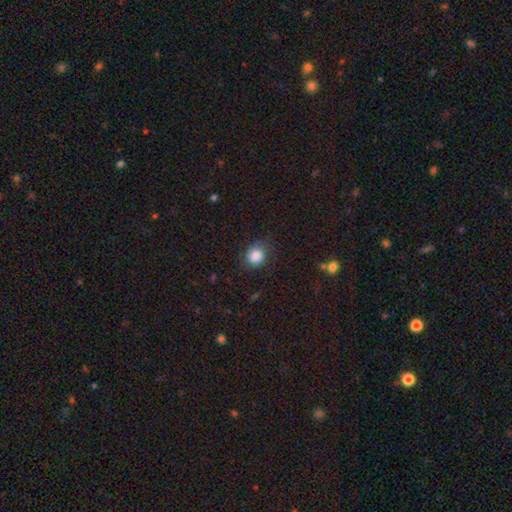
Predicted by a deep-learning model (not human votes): Q: Smooth or featured?
A: smooth (82%); runner-up: featured or disk (9%)
Q: How rounded?
A: round (73%); runner-up: in between (26%)
Q: Merging?
A: none (67%); runner-up: minor disturbance (22%)